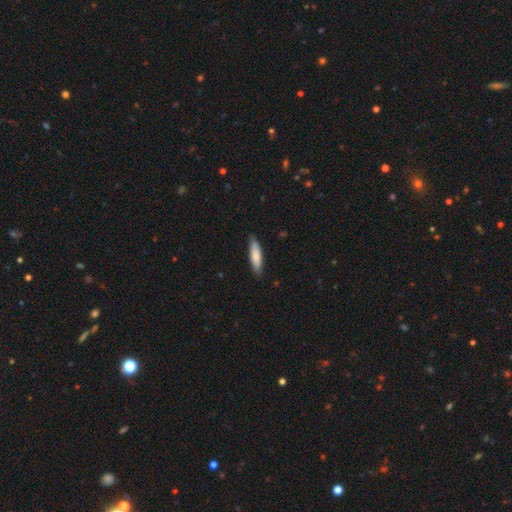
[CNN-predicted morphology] Smooth or featured? Predicted: smooth (p=0.80). How rounded? Predicted: cigar-shaped (p=0.68). Merging? Predicted: none (p=0.84).